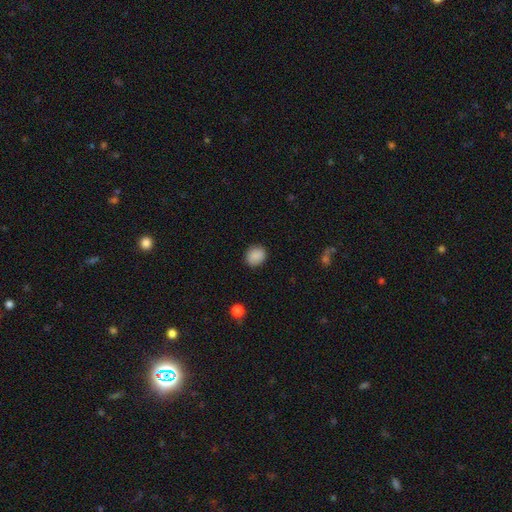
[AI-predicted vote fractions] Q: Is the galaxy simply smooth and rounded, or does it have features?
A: smooth — 88%.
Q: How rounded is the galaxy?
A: round — 68%.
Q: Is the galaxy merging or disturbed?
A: none — 88%.